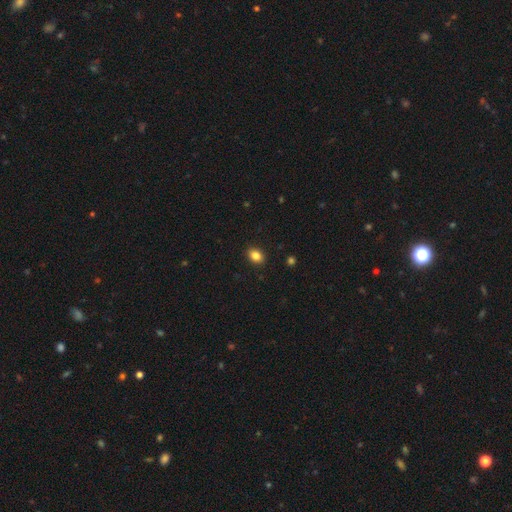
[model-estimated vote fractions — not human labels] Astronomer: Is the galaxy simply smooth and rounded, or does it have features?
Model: smooth — 85%.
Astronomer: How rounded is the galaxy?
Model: in between — 68%.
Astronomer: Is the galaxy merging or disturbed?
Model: none — 90%.